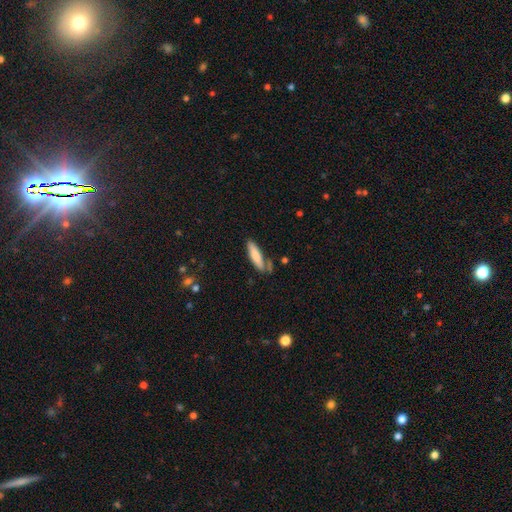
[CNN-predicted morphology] Overall: smooth (77%). How rounded: cigar-shaped (71%). Merging: none (69%).